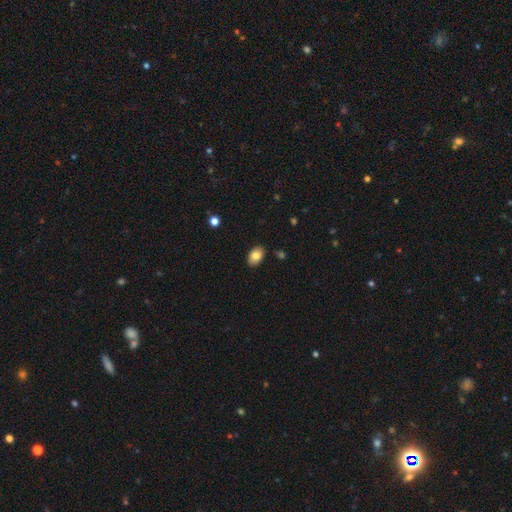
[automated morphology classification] A smooth galaxy with no disk features (84%) that is in between round and cigar-shaped (85%).

Vote fractions:
- Smooth or featured? smooth: 84% / featured or disk: 8% / star or artifact: 8%
- How rounded? in between: 85% / round: 13% / cigar-shaped: 1%
- Merging? none: 85% / minor disturbance: 11% / major disturbance: 2% / merger: 2%